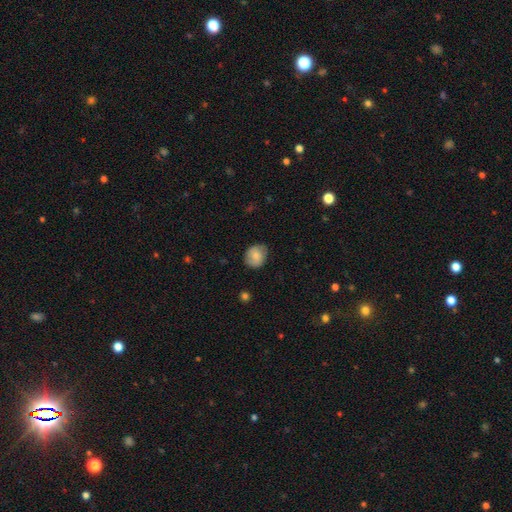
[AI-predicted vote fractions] Overall: smooth (76%). How rounded: round (65%; in between 34%). Merging: none (75%).